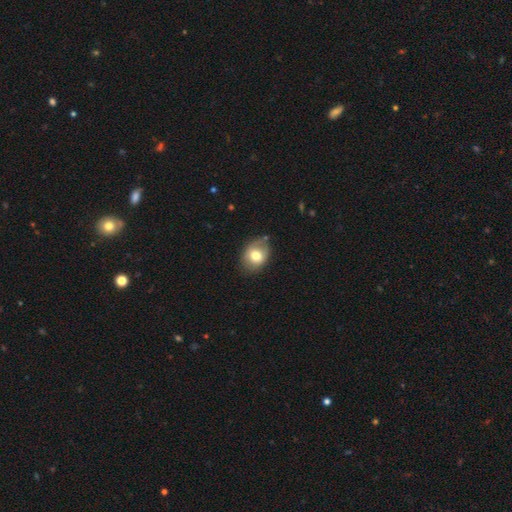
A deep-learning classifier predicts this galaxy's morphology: Q: Smooth or featured?
A: smooth (72%); runner-up: featured or disk (19%)
Q: How rounded?
A: in between (62%); runner-up: round (37%)
Q: Merging?
A: none (71%); runner-up: minor disturbance (21%)